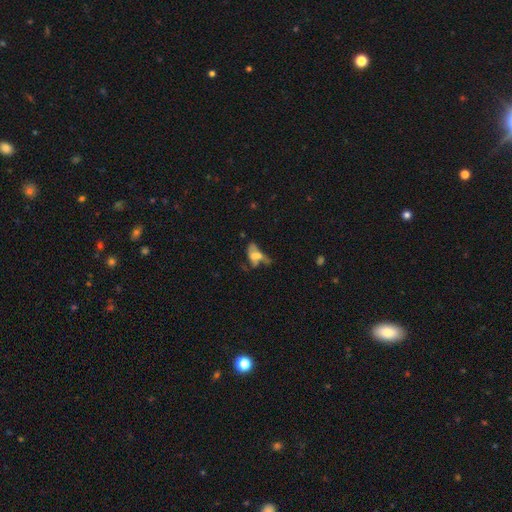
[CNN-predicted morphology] This appears to be a smooth galaxy with no disk features (44%). Merging: merger (37%).